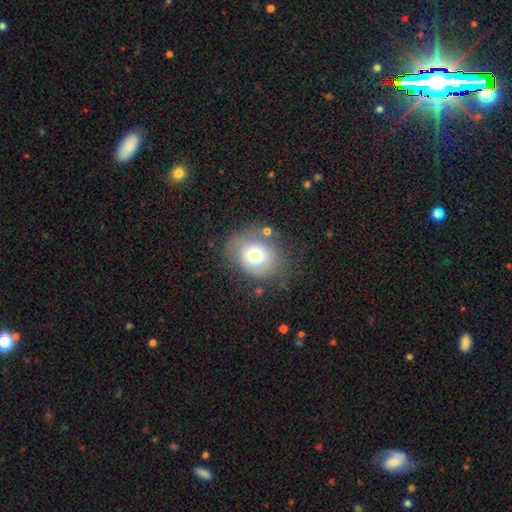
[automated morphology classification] This appears to be a smooth galaxy with no disk features (65%) that is round (61%). Merging: none (59%).